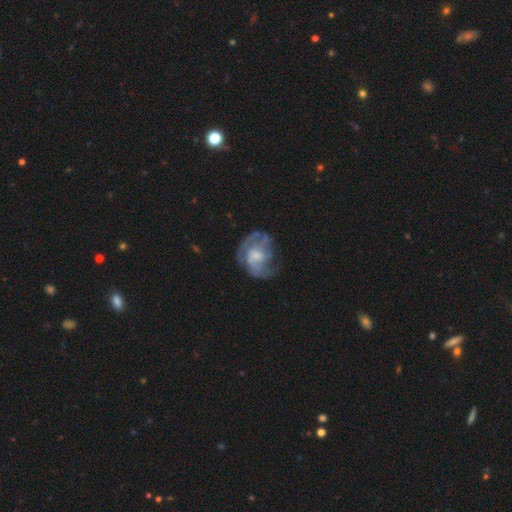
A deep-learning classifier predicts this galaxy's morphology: Q: Smooth or featured?
A: featured or disk (71%); runner-up: smooth (21%)
Q: Edge-on disk?
A: no (98%); runner-up: yes (2%)
Q: Bar?
A: no (58%); runner-up: weak (35%)
Q: Spiral arms?
A: yes (81%); runner-up: no (19%)
Q: Spiral winding?
A: medium (43%); runner-up: tight (35%)
Q: Spiral arm count?
A: 2 (38%); runner-up: can't tell (30%)
Q: Bulge size?
A: moderate (36%); runner-up: small (26%)
Q: Merging?
A: none (53%); runner-up: minor disturbance (23%)